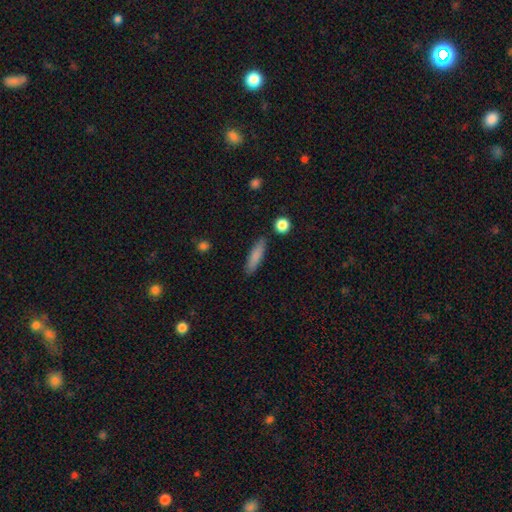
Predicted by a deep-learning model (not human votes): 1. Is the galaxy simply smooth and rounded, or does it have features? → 82% smooth, 11% featured or disk, 7% star or artifact.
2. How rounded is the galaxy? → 72% cigar-shaped, 26% in between, 2% round.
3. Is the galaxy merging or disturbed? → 85% none, 10% minor disturbance, 2% merger, 2% major disturbance.